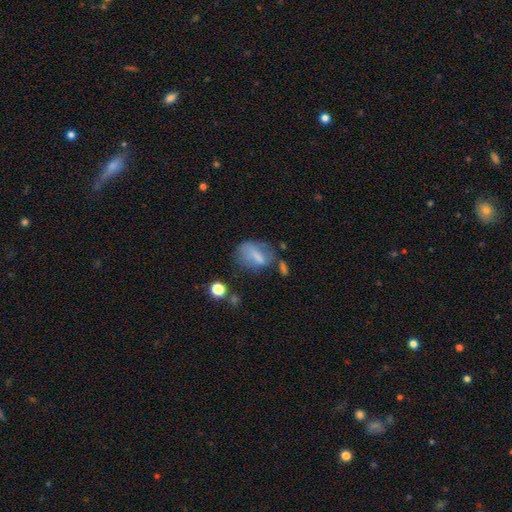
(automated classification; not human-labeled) The model was most divided on "merging": none: 38%, minor disturbance: 27%, major disturbance: 25%, merger: 10%. More confident: how rounded — in between (73%); smooth or featured — smooth (61%).